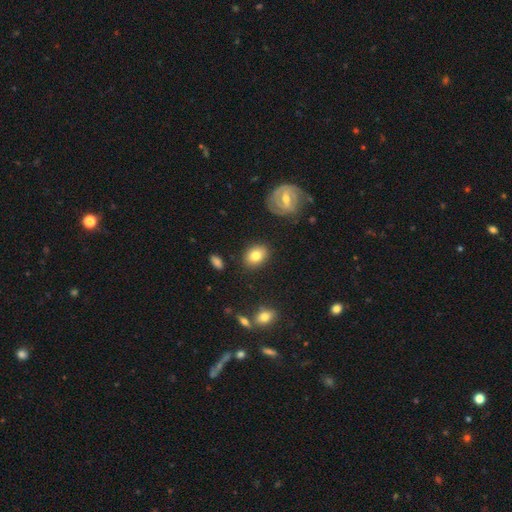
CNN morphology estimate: This appears to be a smooth galaxy with no disk features (77%) that is in between round and cigar-shaped (63%). Merging: none (84%).